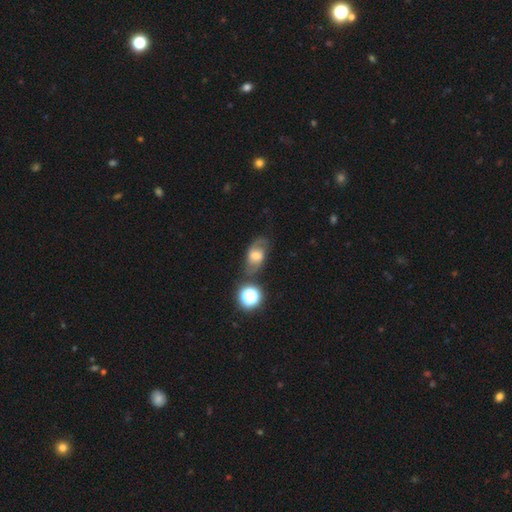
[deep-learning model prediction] This appears to be a featured or disk galaxy (55%) with a weak bar (49%), spiral arms (85%) and a moderate central bulge (42%). Merging: none (65%).